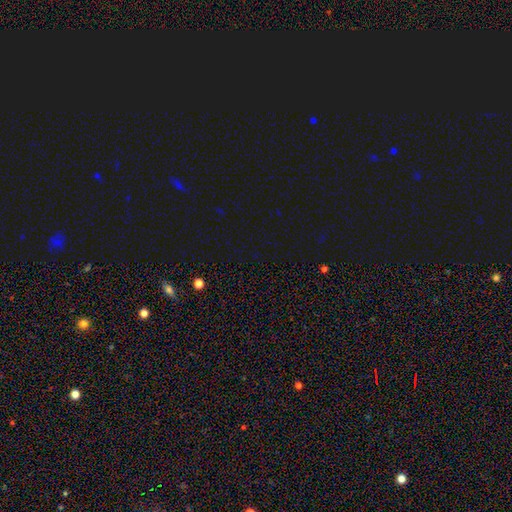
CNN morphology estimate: This is likely a star or artifact rather than a galaxy (72%).